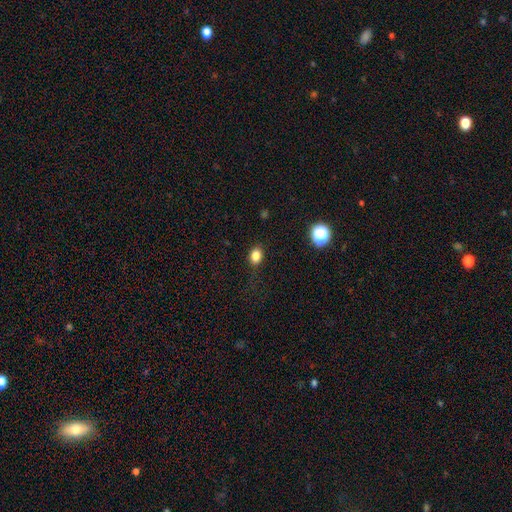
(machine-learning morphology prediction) Overall: smooth (83%). How rounded: in between (59%; round 39%). Merging: none (83%).